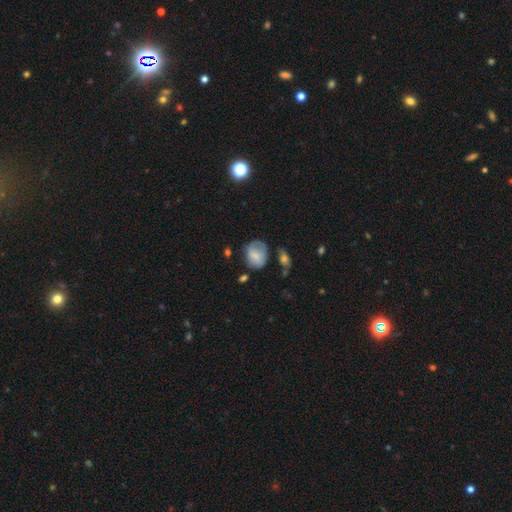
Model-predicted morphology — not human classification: Smooth or featured: smooth — 69% (featured or disk — 23%)
How rounded: in between — 50% (round — 49%)
Merging: none — 44% (minor disturbance — 34%)